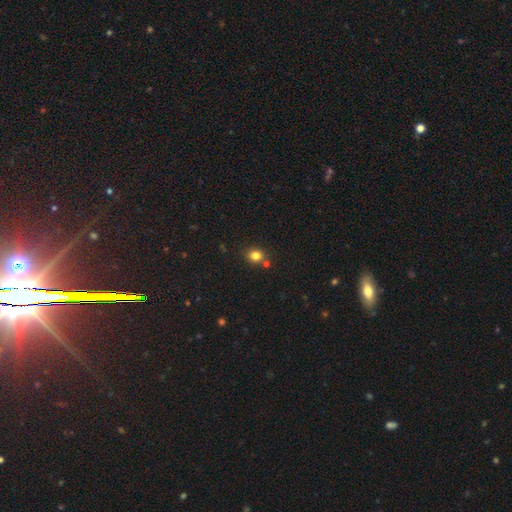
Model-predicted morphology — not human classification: A smooth galaxy with no disk features (81%) that is round (72%). Merging: none (77%).